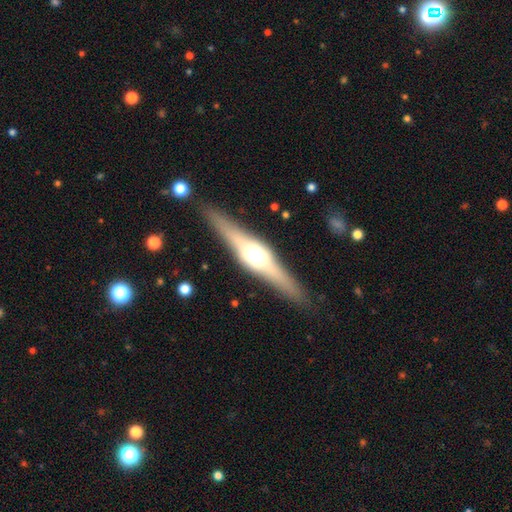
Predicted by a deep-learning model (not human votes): featured or disk 72%, smooth 22%, star or artifact 6%. Down the decision tree: edge-on disk — yes (96%); edge-on bulge — rounded (90%); merging — none (88%).